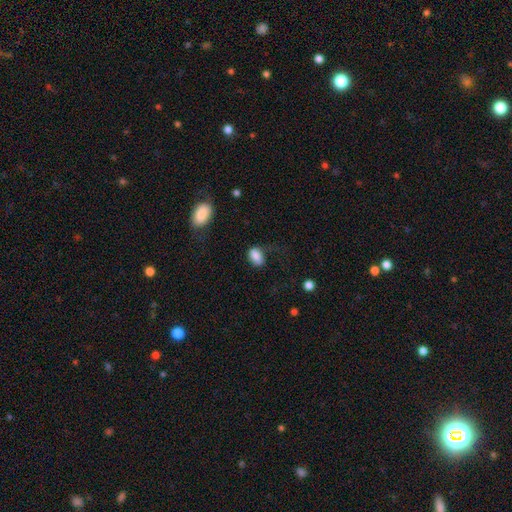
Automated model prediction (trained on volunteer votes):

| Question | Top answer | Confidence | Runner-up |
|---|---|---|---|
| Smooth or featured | smooth | 84% | star or artifact (8%) |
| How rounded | in between | 86% | round (12%) |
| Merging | none | 51% | minor disturbance (28%) |